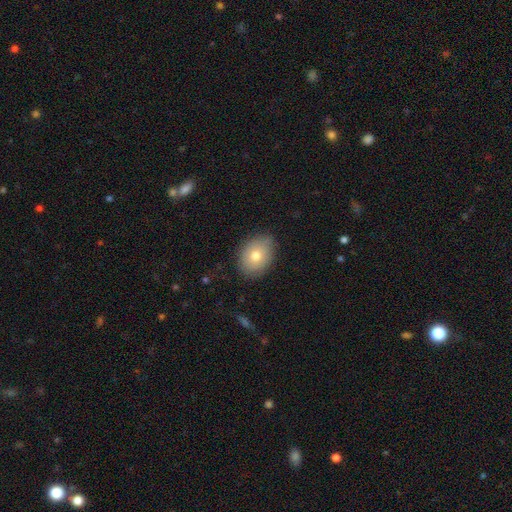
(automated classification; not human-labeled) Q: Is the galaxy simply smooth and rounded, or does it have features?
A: smooth — 75%.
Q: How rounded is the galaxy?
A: in between — 68%.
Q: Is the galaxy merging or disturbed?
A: none — 80%.